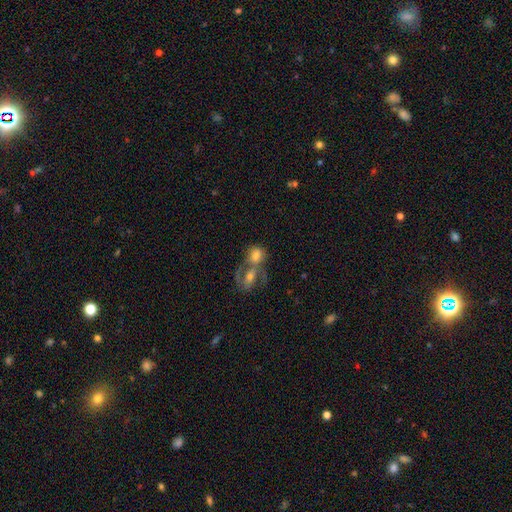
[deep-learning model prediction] This is possibly a smooth galaxy (52%). How rounded: possibly round (56%). Merging: likely merger (64%).